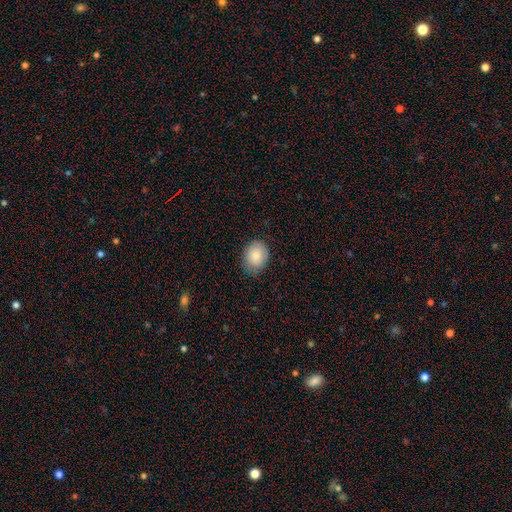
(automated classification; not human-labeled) smooth-or-featured: smooth: 84% | featured or disk: 9% | star or artifact: 7%
  how-rounded: in between: 55% | round: 44% | cigar-shaped: 1%
  merging: none: 79% | minor disturbance: 17% | major disturbance: 3% | merger: 1%